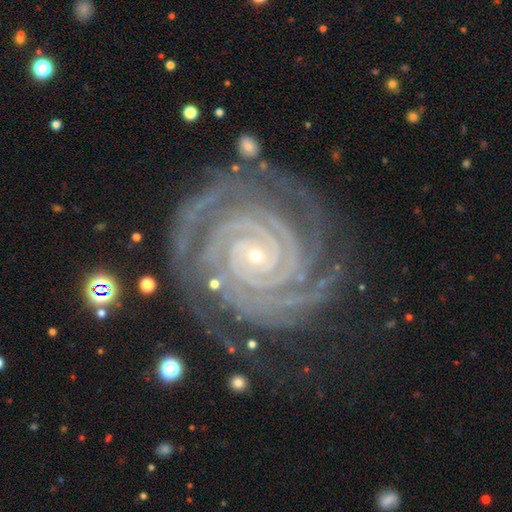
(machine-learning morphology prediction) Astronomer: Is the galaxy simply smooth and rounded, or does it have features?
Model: featured or disk — 94%.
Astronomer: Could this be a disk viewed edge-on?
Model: no — 98%.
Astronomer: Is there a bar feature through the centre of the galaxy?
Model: no — 67%.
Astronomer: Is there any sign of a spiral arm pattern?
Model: yes — 99%.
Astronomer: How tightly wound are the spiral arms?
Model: tight — 91%.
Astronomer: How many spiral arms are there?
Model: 2 — 40% (runner-up: 3, 19%).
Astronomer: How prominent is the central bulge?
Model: small — 87%.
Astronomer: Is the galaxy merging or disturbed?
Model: none — 79%.